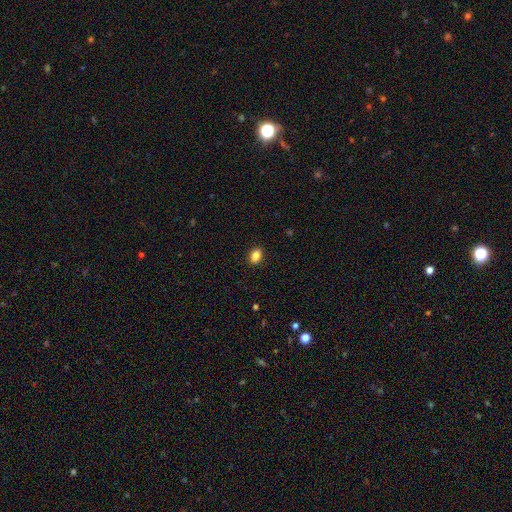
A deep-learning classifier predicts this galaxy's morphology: The model was most divided on "how rounded": in between: 67%, round: 32%, cigar-shaped: 1%. More confident: merging — none (90%); smooth or featured — smooth (86%).